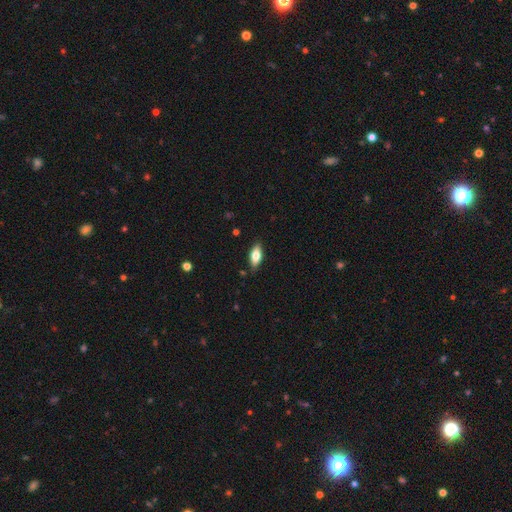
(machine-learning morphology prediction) Smooth or featured? Predicted: smooth (p=0.69). How rounded? Predicted: in between (p=0.82). Merging? Predicted: none (p=0.84).